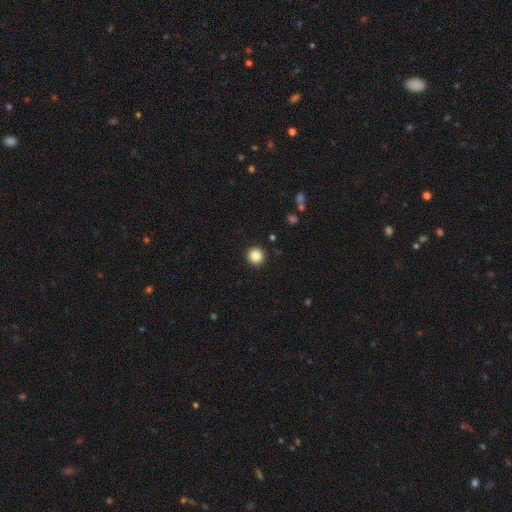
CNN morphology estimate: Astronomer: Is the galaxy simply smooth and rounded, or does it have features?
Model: smooth — 87%.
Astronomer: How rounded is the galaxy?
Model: round — 96%.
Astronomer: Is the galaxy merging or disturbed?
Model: none — 93%.